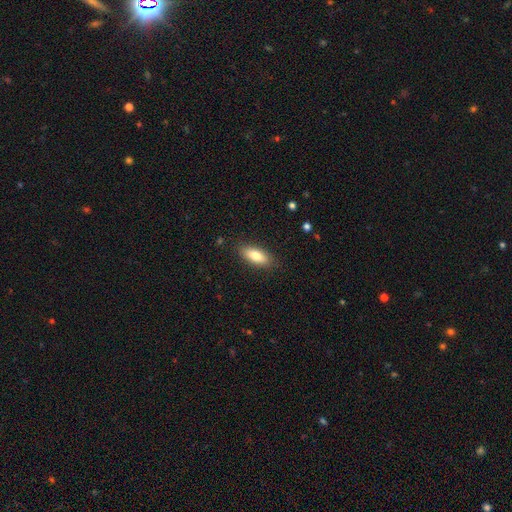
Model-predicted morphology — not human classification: This appears to be a smooth galaxy with no disk features (80%) that is in between round and cigar-shaped (80%). Merging: none (86%).